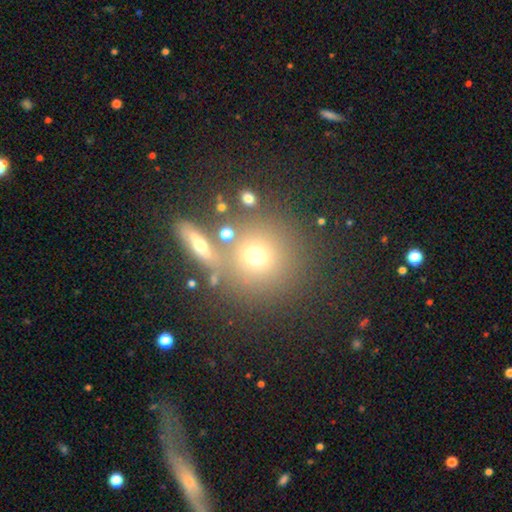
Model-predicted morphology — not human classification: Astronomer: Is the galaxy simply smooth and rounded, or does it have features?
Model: smooth — 64%.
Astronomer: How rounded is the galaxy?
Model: round — 91%.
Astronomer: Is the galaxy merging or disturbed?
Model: none — 68%.